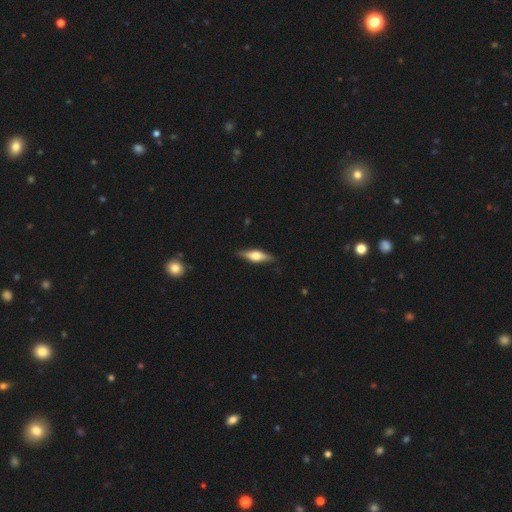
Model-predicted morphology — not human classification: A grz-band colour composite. It shows a featured or disk galaxy (53%) viewed edge-on (91%). Merging: none (83%).